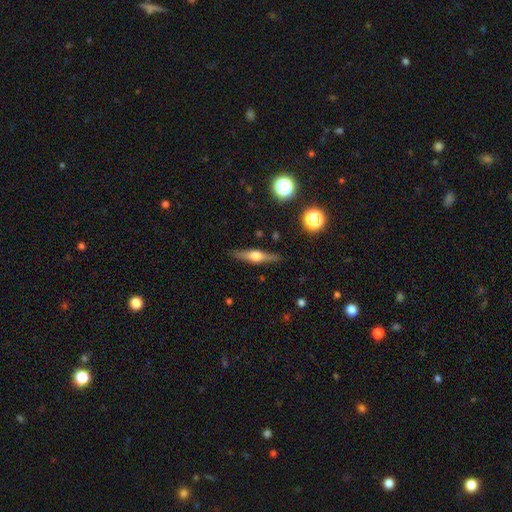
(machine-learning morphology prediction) Smooth or featured? Predicted: featured or disk (p=0.68). Edge-on disk? Predicted: yes (p=0.97). Edge-on bulge? Predicted: rounded (p=0.91). Merging? Predicted: none (p=0.88).